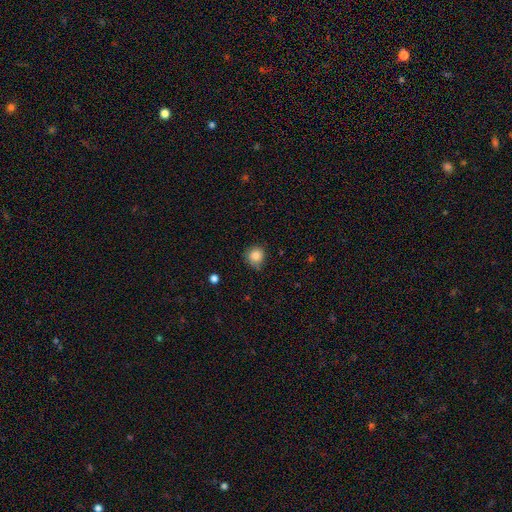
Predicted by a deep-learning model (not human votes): Smooth or featured: smooth — 86% (star or artifact — 9%)
How rounded: round — 87% (in between — 12%)
Merging: none — 67% (minor disturbance — 26%)